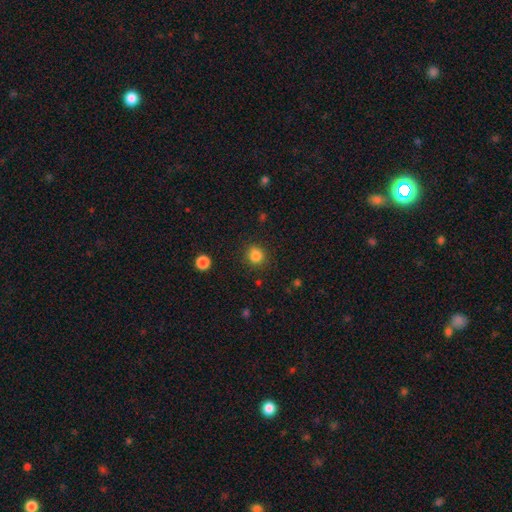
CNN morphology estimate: Smooth or featured?
  - smooth: 84% *
  - star or artifact: 12%
  - featured or disk: 4%
How rounded?
  - round: 86% *
  - in between: 13%
  - cigar-shaped: 1%
Merging?
  - none: 87% *
  - minor disturbance: 8%
  - major disturbance: 3%
  - merger: 2%